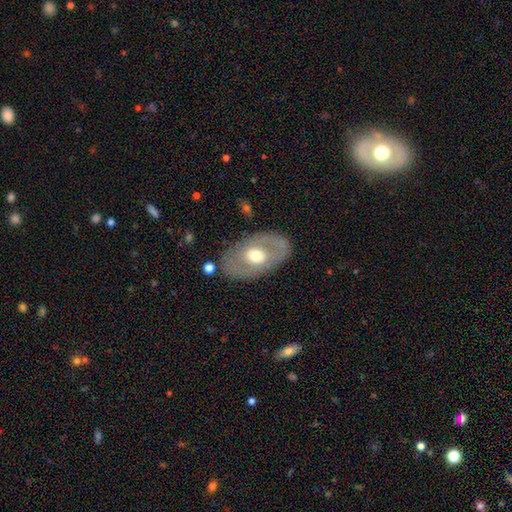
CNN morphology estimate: smooth_or_featured: featured or disk (p=0.58) [alt: smooth p=0.37]
disk_edge_on: no (p=0.89) [alt: yes p=0.11]
bar: no (p=0.71) [alt: weak p=0.21]
has_spiral_arms: no (p=0.77) [alt: yes p=0.23]
bulge_size: moderate (p=0.69) [alt: small p=0.16]
merging: none (p=0.81) [alt: minor disturbance p=0.12]